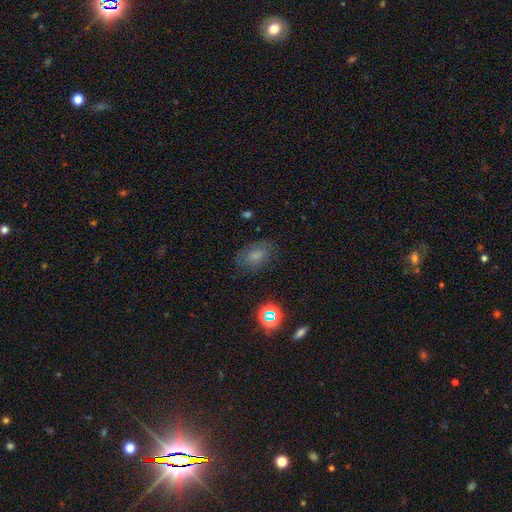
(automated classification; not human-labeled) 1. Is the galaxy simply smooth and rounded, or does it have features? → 65% smooth, 18% featured or disk, 18% star or artifact.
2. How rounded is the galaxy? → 84% in between, 14% round, 2% cigar-shaped.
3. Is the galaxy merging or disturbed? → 72% none, 19% minor disturbance, 7% major disturbance, 2% merger.